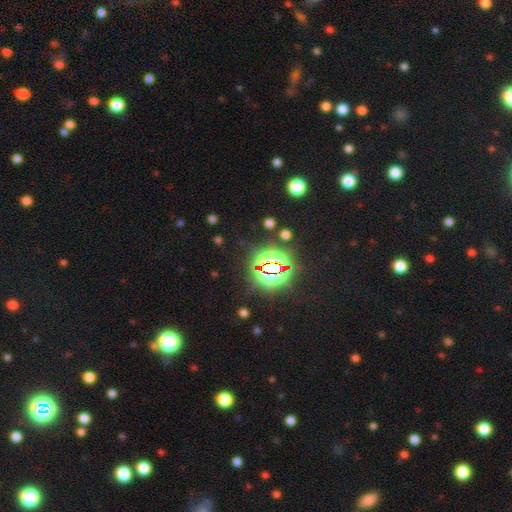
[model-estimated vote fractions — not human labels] Smooth or featured: star or artifact — 80% (smooth — 14%)